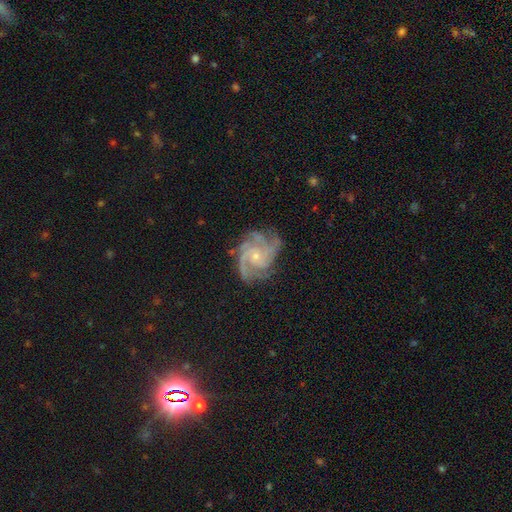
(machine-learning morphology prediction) smooth_or_featured: featured or disk (p=0.91) [alt: star or artifact p=0.05]
disk_edge_on: no (p=0.98) [alt: yes p=0.02]
bar: no (p=0.72) [alt: weak p=0.23]
has_spiral_arms: yes (p=0.98) [alt: no p=0.02]
spiral_winding: tight (p=0.51) [alt: medium p=0.43]
spiral_arm_count: 3 (p=0.41) [alt: 4 p=0.26]
bulge_size: small (p=0.72) [alt: moderate p=0.24]
merging: none (p=0.73) [alt: minor disturbance p=0.18]